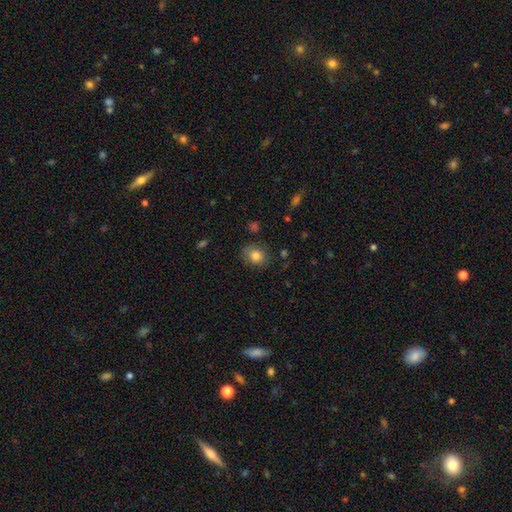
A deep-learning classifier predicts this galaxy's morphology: Smooth or featured?
  - smooth: 81% *
  - star or artifact: 10%
  - featured or disk: 9%
How rounded?
  - round: 54% *
  - in between: 45%
  - cigar-shaped: 1%
Merging?
  - none: 80% *
  - minor disturbance: 15%
  - major disturbance: 4%
  - merger: 2%